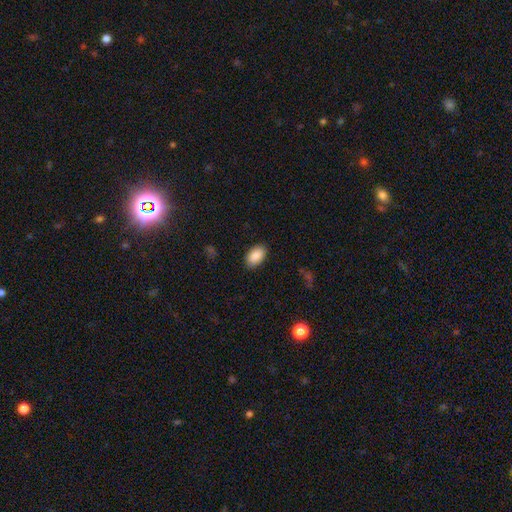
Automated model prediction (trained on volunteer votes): smooth 89%, star or artifact 7%, featured or disk 4%. Down the decision tree: how rounded — in between (93%); merging — none (88%).